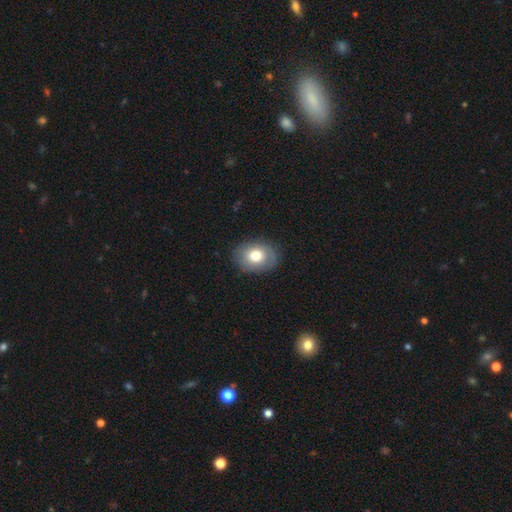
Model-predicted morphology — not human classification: Smooth or featured? smooth (73%)
How rounded? in between (68%)
Merging? none (83%)